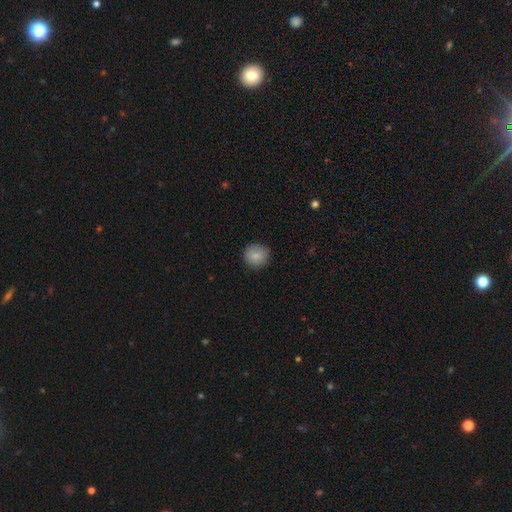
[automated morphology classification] smooth_or_featured: smooth (p=0.85) [alt: star or artifact p=0.08]
how_rounded: round (p=0.91) [alt: in between p=0.08]
merging: none (p=0.90) [alt: minor disturbance p=0.07]